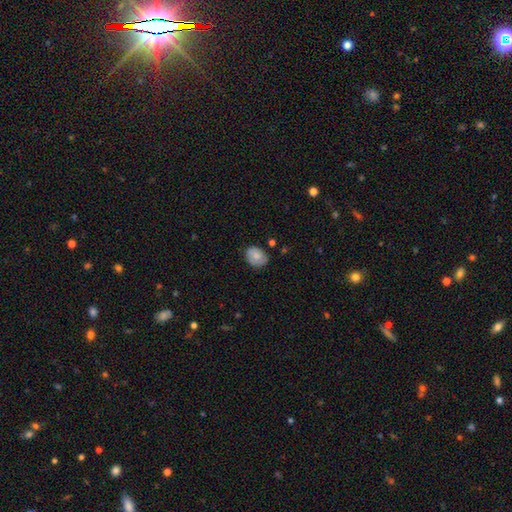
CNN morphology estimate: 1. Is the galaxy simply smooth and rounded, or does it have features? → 75% smooth, 17% featured or disk, 7% star or artifact.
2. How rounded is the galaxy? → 59% in between, 41% round, 1% cigar-shaped.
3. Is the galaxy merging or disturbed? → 73% none, 20% minor disturbance, 4% major disturbance, 2% merger.